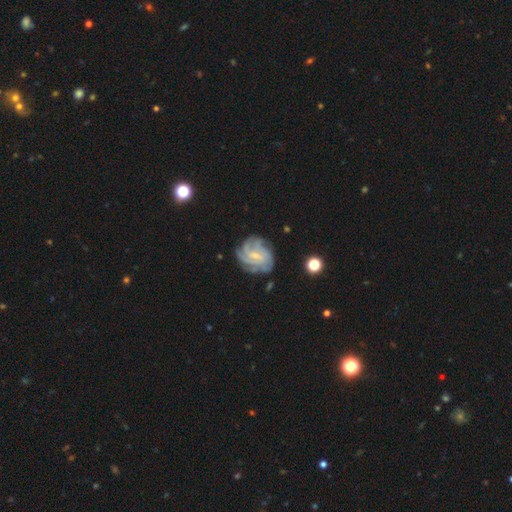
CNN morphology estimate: This is clearly a featured or disk galaxy (82%). It is clearly not viewed edge-on (98%). Bar: possibly weak (52%). Spiral arm pattern: clearly yes (95%). Spiral arm count: marginally can't tell (30%). Spiral winding: likely tight (60%). Central bulge: likely small (67%). Merging: likely none (72%).